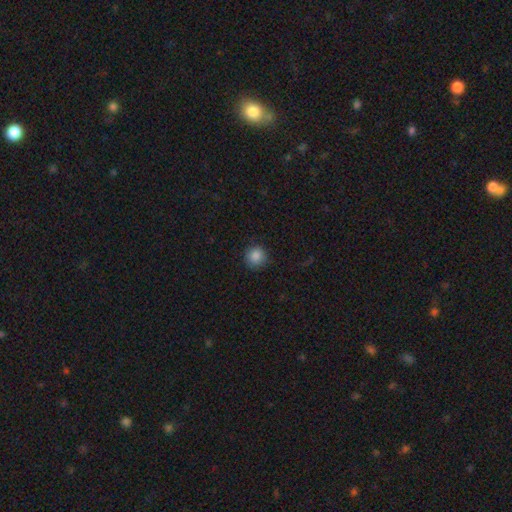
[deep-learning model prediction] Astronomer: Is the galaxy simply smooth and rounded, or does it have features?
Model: smooth — 86%.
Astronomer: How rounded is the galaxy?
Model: round — 93%.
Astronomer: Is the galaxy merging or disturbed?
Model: none — 88%.